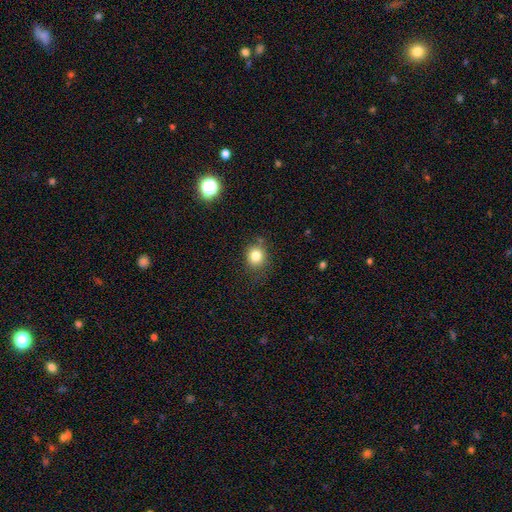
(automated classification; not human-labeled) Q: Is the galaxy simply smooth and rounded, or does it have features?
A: smooth — 81%.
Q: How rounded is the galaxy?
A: round — 80%.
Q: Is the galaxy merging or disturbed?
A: none — 78%.